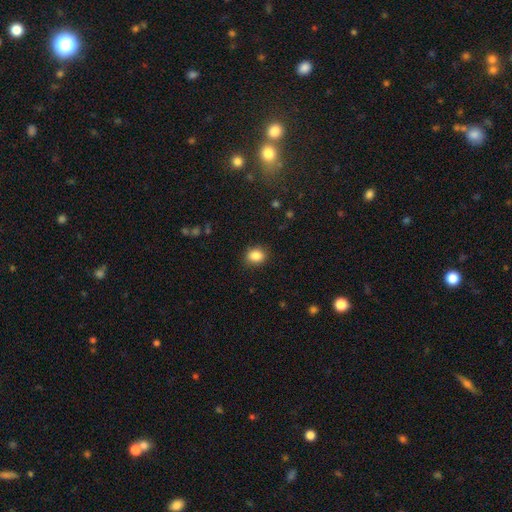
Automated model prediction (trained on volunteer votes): The model was most divided on "how rounded": round: 55%, in between: 44%, cigar-shaped: 1%. More confident: merging — none (87%); smooth or featured — smooth (85%).